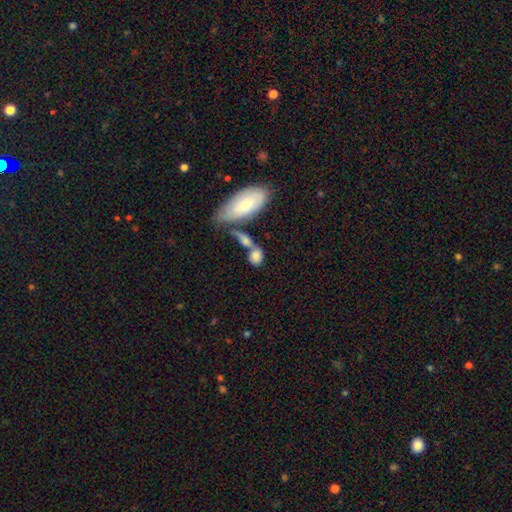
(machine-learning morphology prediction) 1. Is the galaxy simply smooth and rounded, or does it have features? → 75% smooth, 16% featured or disk, 8% star or artifact.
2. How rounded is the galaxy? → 64% in between, 27% round, 9% cigar-shaped.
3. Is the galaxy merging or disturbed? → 40% none, 37% merger, 14% minor disturbance, 8% major disturbance.